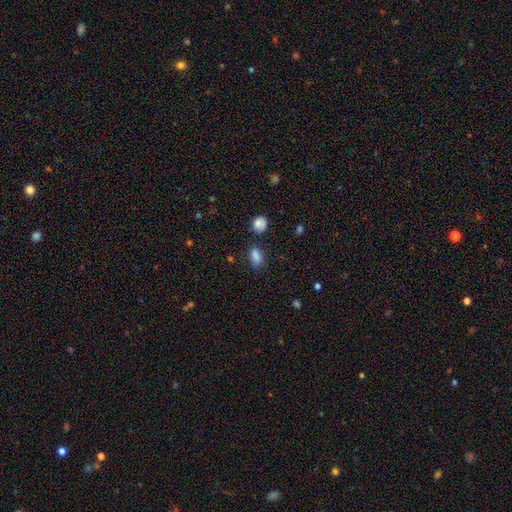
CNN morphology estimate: type=smooth (84%); roundness=in between (81%); merging=none (75%).